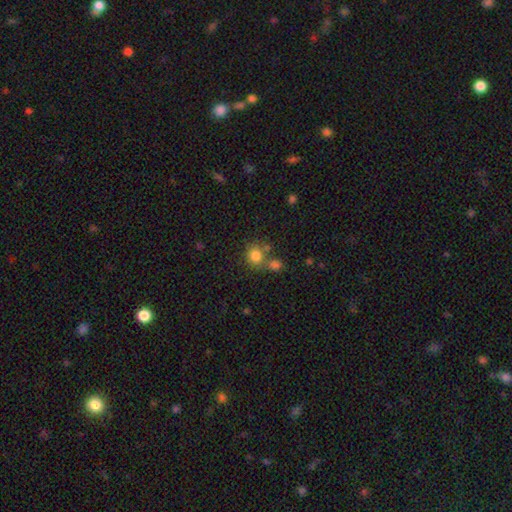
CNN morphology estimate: smooth-or-featured: smooth: 81% | star or artifact: 12% | featured or disk: 7%
  how-rounded: round: 83% | in between: 16% | cigar-shaped: 1%
  merging: none: 58% | merger: 27% | minor disturbance: 11% | major disturbance: 5%